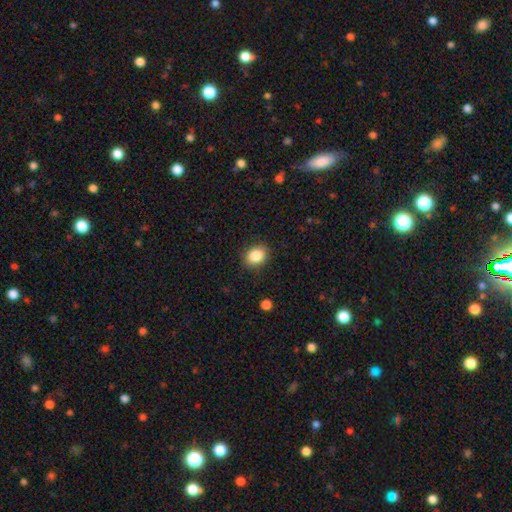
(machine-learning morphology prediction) Smooth or featured? Predicted: smooth (p=0.86). How rounded? Predicted: round (p=0.51). Merging? Predicted: none (p=0.88).